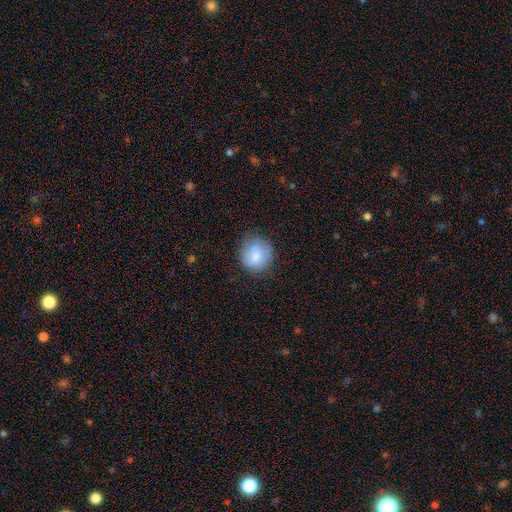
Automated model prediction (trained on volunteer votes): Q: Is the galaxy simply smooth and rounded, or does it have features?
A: smooth — 81%.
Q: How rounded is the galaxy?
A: round — 85%.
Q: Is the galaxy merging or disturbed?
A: none — 75%.